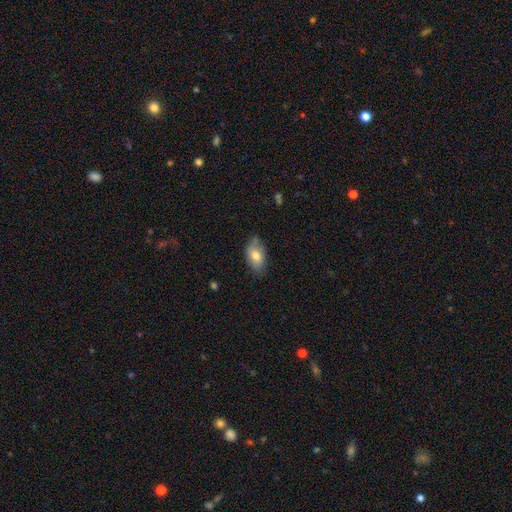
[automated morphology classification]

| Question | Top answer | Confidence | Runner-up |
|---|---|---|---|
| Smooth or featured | smooth | 76% | featured or disk (17%) |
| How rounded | in between | 92% | round (6%) |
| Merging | none | 72% | minor disturbance (22%) |